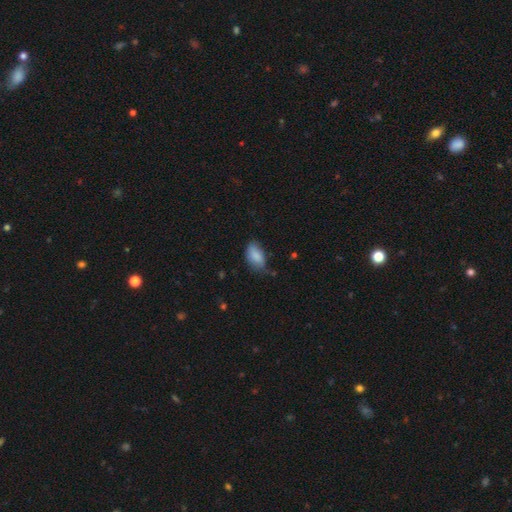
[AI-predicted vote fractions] smooth 85%, featured or disk 8%, star or artifact 7%. Down the decision tree: how rounded — in between (93%); merging — none (55%).